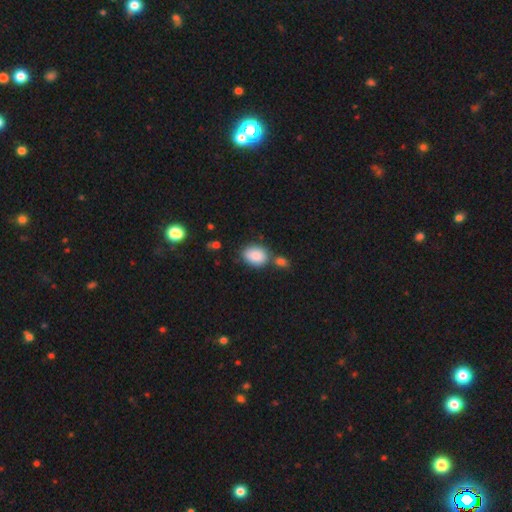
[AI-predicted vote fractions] A smooth galaxy with no disk features (87%) that is in between round and cigar-shaped (69%). Merging: none (58%).